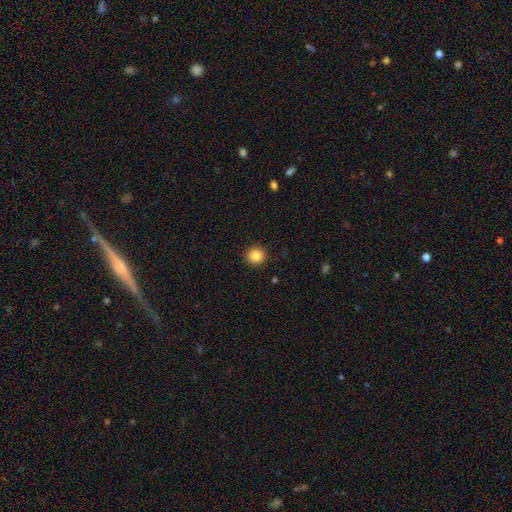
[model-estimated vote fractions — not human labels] A smooth galaxy with no disk features (86%) that is round (92%).

Vote fractions:
- Smooth or featured? smooth: 86% / star or artifact: 10% / featured or disk: 4%
- How rounded? round: 92% / in between: 7% / cigar-shaped: 1%
- Merging? none: 92% / minor disturbance: 6% / major disturbance: 2% / merger: 1%